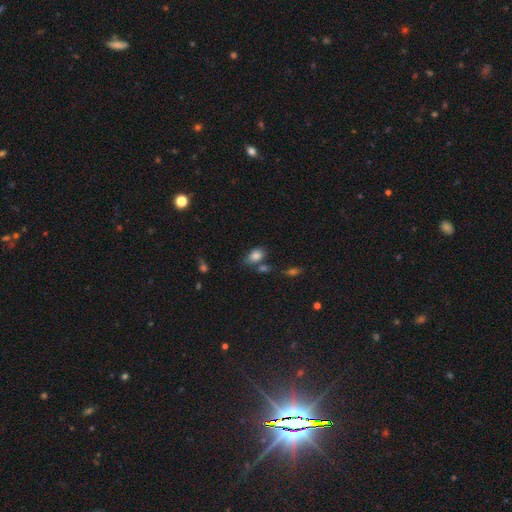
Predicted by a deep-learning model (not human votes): smooth-or-featured: smooth: 83% | star or artifact: 10% | featured or disk: 7%
  how-rounded: in between: 82% | round: 16% | cigar-shaped: 2%
  merging: none: 58% | minor disturbance: 19% | merger: 17% | major disturbance: 6%